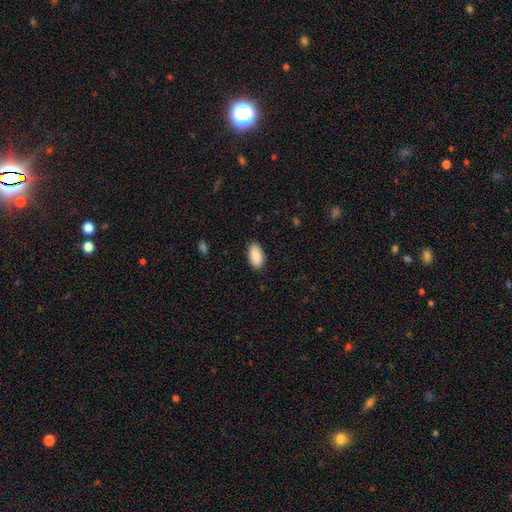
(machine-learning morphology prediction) The model was most divided on "merging": none: 88%, minor disturbance: 9%, major disturbance: 2%, merger: 1%. More confident: how rounded — in between (95%); smooth or featured — smooth (90%).